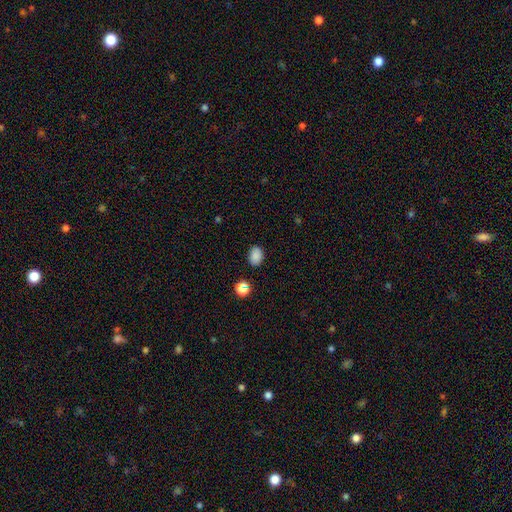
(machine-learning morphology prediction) This is clearly a smooth galaxy (85%). How rounded: likely in between (71%). Merging: clearly none (85%).